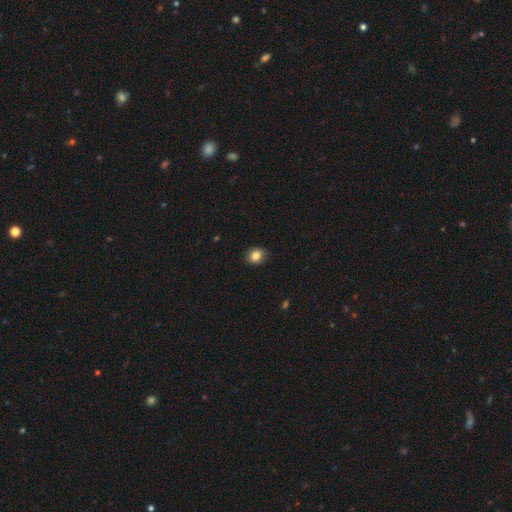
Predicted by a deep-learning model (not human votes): smooth 84%, star or artifact 10%, featured or disk 6%. Down the decision tree: how rounded — round (62%); merging — none (85%).